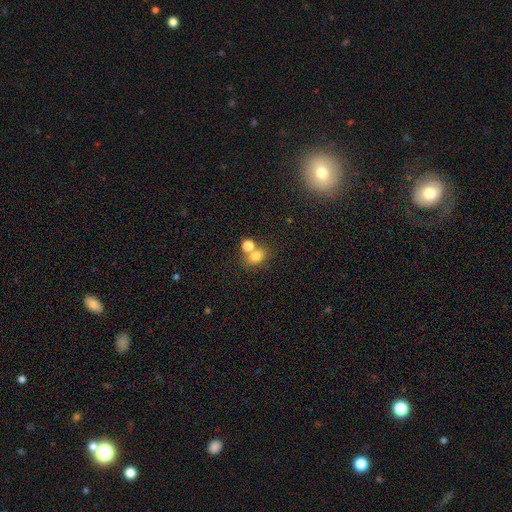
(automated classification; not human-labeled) Smooth or featured: smooth — 76% (star or artifact — 14%)
How rounded: round — 51% (in between — 48%)
Merging: none — 47% (merger — 38%)